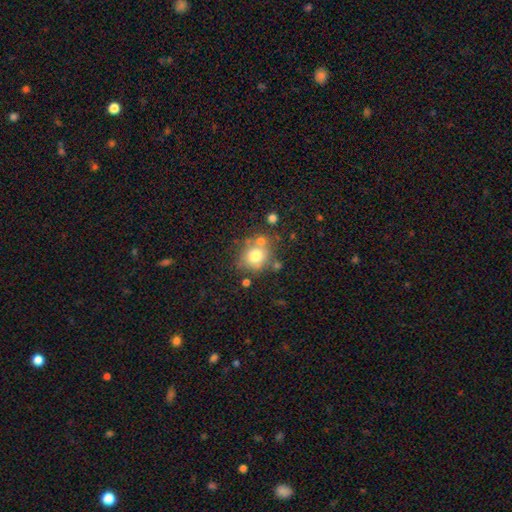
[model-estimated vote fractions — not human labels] Smooth or featured: smooth — 72% (featured or disk — 16%)
How rounded: round — 79% (in between — 20%)
Merging: none — 61% (merger — 19%)